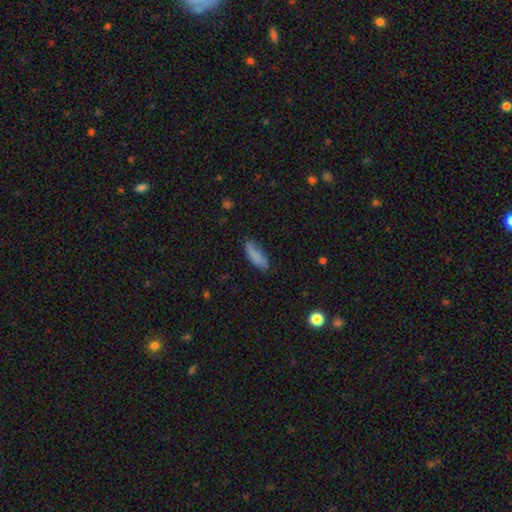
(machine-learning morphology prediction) Smooth or featured? smooth (83%)
How rounded? in between (52%)
Merging? none (65%)